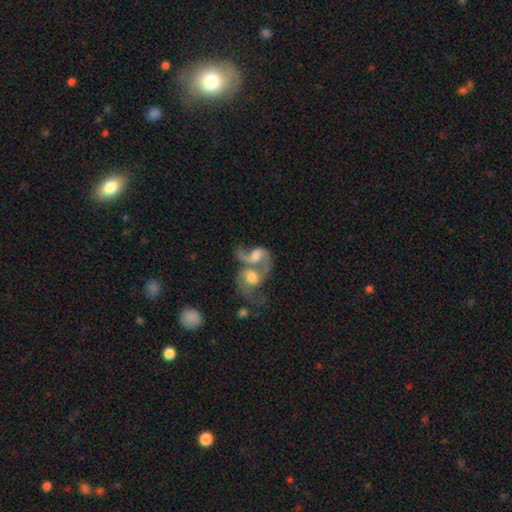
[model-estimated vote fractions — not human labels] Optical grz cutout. It shows a featured or disk galaxy (65%) with no bar (59%), 2 (70%) loose (67%) spiral arms (81%) and a moderate central bulge (44%). Merging: merger (81%).